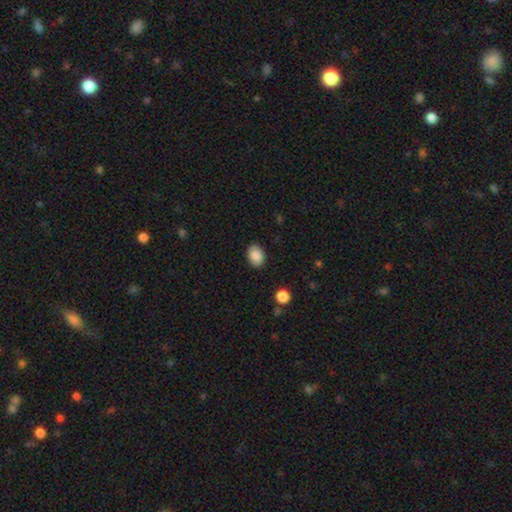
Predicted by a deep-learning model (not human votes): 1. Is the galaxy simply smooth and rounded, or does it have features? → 88% smooth, 7% star or artifact, 5% featured or disk.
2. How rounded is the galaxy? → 75% in between, 24% round, 1% cigar-shaped.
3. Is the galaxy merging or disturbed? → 85% none, 11% minor disturbance, 3% major disturbance, 1% merger.